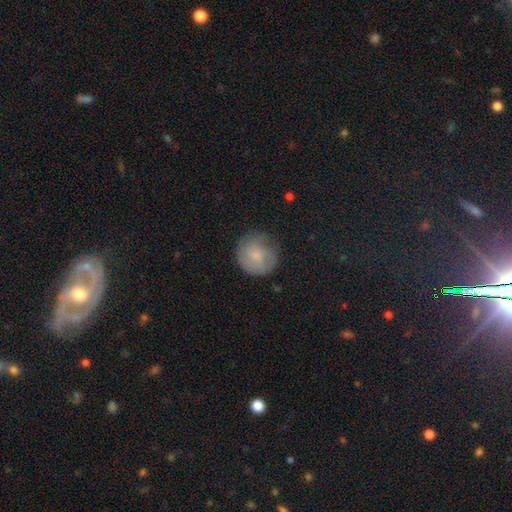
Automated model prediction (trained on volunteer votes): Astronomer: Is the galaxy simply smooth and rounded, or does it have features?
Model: smooth — 67%.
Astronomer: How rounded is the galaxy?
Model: round — 90%.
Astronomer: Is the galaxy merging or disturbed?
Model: none — 71%.